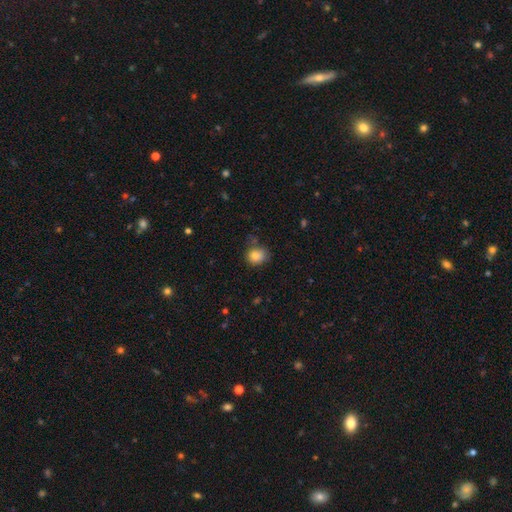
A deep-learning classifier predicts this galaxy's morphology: Q: Smooth or featured?
A: smooth (83%); runner-up: star or artifact (10%)
Q: How rounded?
A: round (68%); runner-up: in between (32%)
Q: Merging?
A: none (66%); runner-up: minor disturbance (22%)